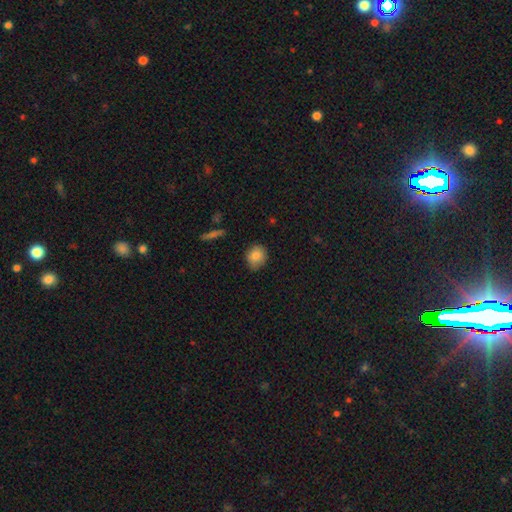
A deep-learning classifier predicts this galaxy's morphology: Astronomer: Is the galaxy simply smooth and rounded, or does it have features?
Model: smooth — 83%.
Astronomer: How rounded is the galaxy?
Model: round — 72%.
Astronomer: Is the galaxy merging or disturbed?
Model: none — 78%.